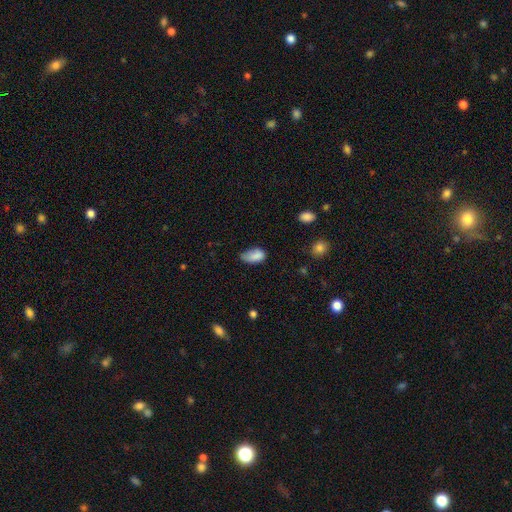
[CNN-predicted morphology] Smooth or featured? Predicted: smooth (p=0.83). How rounded? Predicted: in between (p=0.92). Merging? Predicted: minor disturbance (p=0.45).